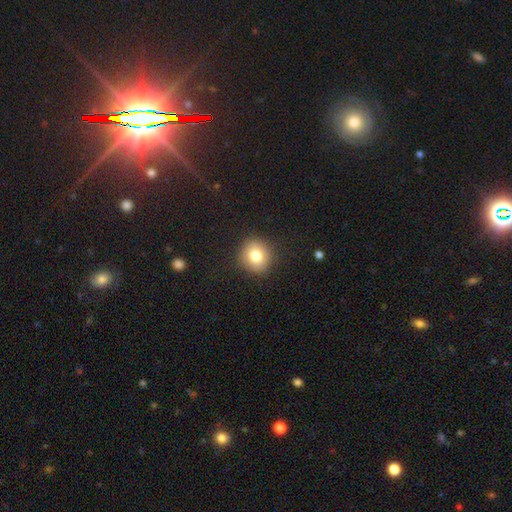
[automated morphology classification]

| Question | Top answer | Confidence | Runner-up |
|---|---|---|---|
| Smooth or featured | smooth | 80% | star or artifact (11%) |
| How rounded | round | 87% | in between (12%) |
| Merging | none | 89% | minor disturbance (7%) |